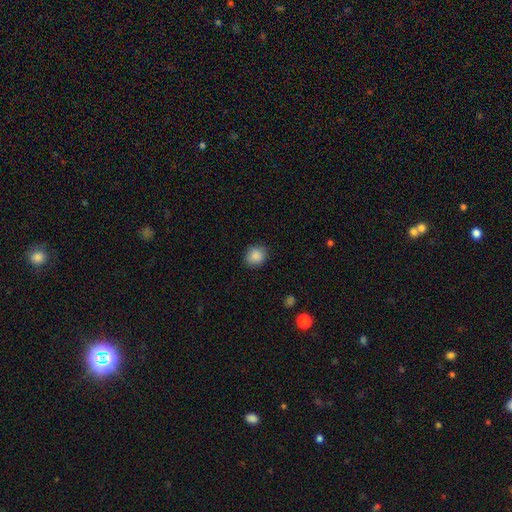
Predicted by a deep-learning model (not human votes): Smooth or featured?
  - smooth: 88% *
  - star or artifact: 9%
  - featured or disk: 3%
How rounded?
  - round: 73% *
  - in between: 26%
  - cigar-shaped: 1%
Merging?
  - none: 87% *
  - minor disturbance: 10%
  - major disturbance: 2%
  - merger: 1%